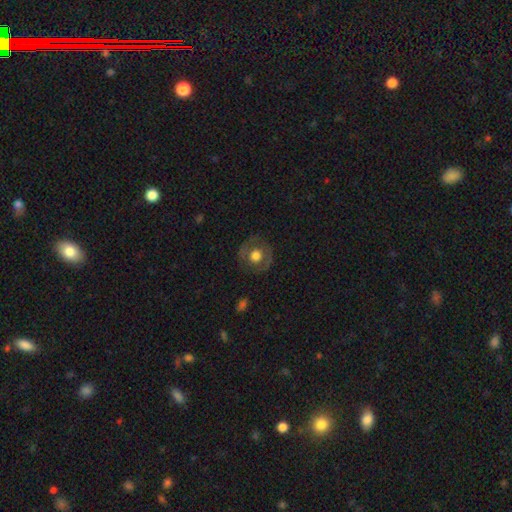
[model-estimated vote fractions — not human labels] Morphology: type=smooth (51%); roundness=round (85%); merging=none (81%).